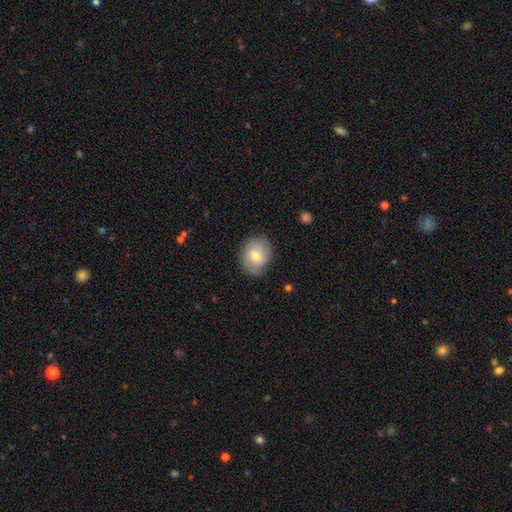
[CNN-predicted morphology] A smooth galaxy with no disk features (67%) that is round (51%).

Vote fractions:
- Smooth or featured? smooth: 67% / featured or disk: 26% / star or artifact: 7%
- How rounded? round: 51% / in between: 48% / cigar-shaped: 1%
- Merging? none: 78% / minor disturbance: 17% / major disturbance: 4% / merger: 1%